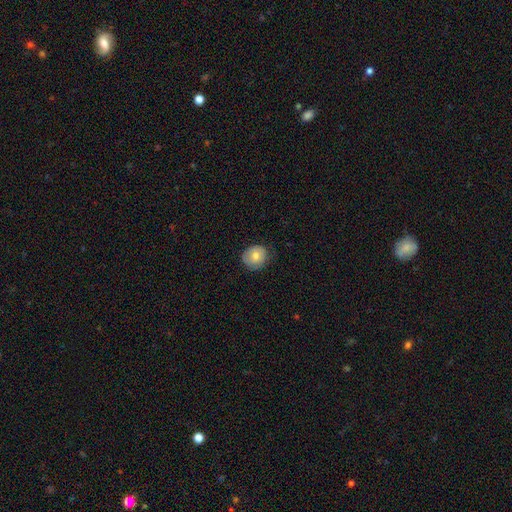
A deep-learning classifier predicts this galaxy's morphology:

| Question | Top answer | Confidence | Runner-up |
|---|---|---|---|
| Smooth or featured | smooth | 72% | featured or disk (21%) |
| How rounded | round | 80% | in between (19%) |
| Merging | none | 74% | minor disturbance (21%) |